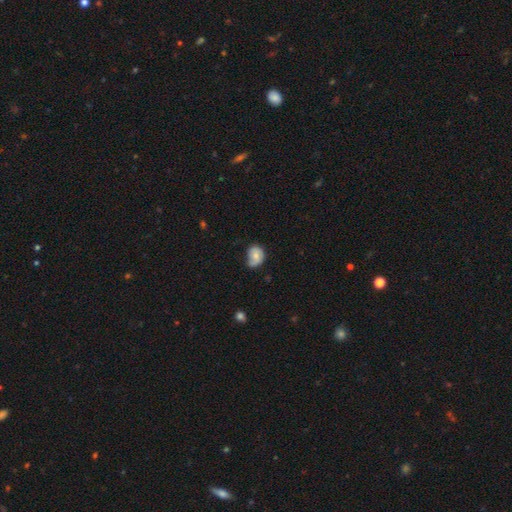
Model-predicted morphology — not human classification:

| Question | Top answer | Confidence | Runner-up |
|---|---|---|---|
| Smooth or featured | smooth | 63% | featured or disk (30%) |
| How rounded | in between | 57% | round (42%) |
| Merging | minor disturbance | 43% | none (42%) |